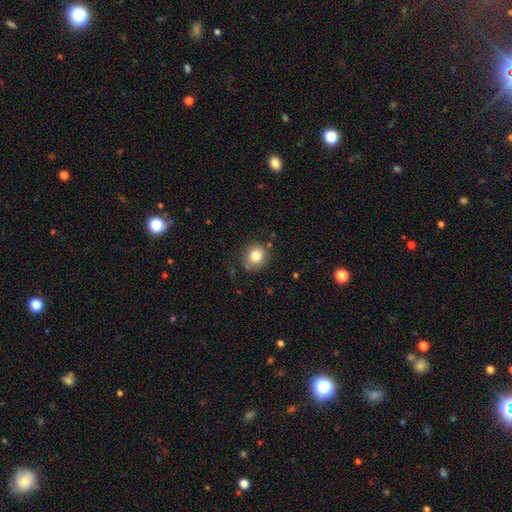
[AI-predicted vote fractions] smooth-or-featured: smooth: 80% | star or artifact: 11% | featured or disk: 10%
  how-rounded: round: 83% | in between: 16% | cigar-shaped: 1%
  merging: none: 81% | minor disturbance: 13% | major disturbance: 3% | merger: 3%